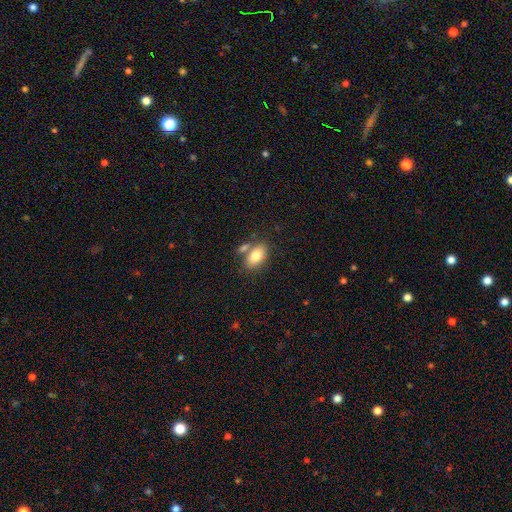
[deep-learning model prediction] This appears to be a smooth galaxy with no disk features (80%) that is in between round and cigar-shaped (89%). Merging: none (59%).